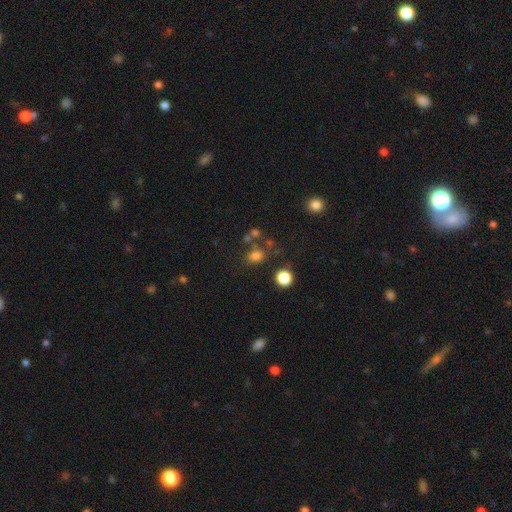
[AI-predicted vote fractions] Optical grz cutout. It shows a smooth galaxy with no disk features (74%) that is round (56%). Merging: none (65%).